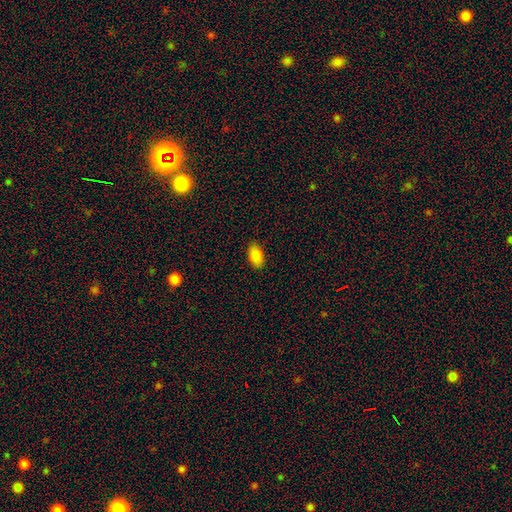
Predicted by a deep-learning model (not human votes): Morphology: type=smooth (88%); roundness=in between (94%); merging=none (88%).